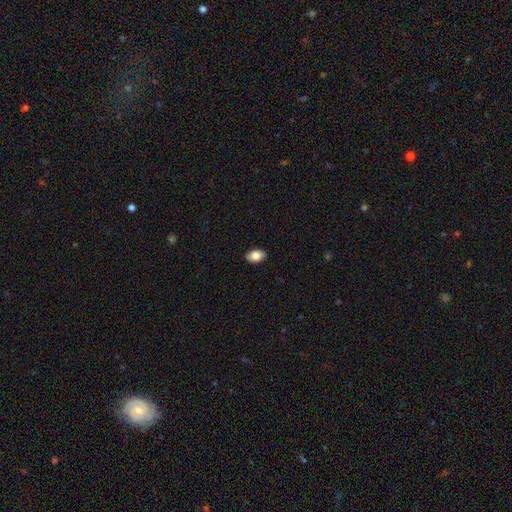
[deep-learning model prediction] smooth 81%, featured or disk 12%, star or artifact 7%. Down the decision tree: how rounded — in between (89%); merging — none (88%).